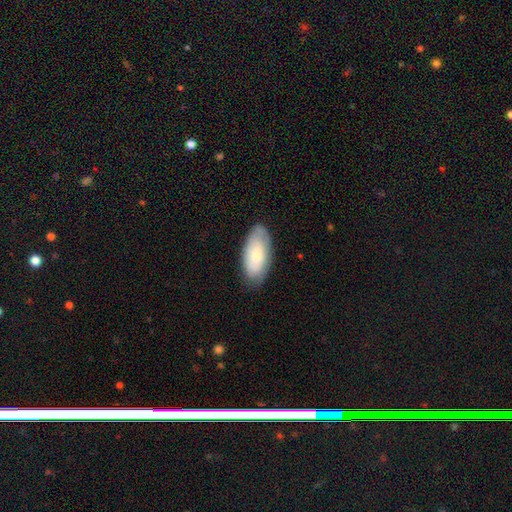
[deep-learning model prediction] This appears to be a smooth galaxy with no disk features (72%) that is in between round and cigar-shaped (92%). Merging: none (78%).